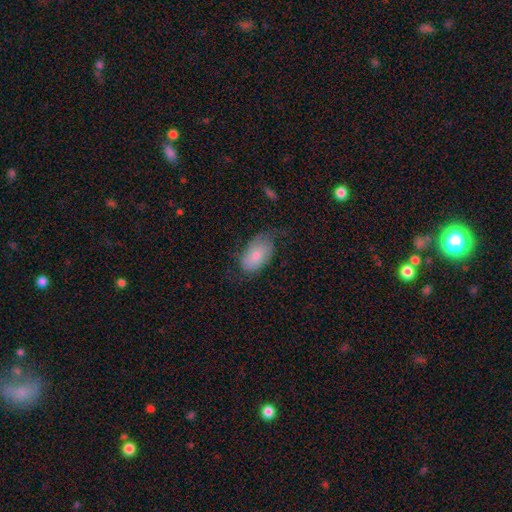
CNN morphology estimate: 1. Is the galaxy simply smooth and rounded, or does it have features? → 60% smooth, 33% featured or disk, 7% star or artifact.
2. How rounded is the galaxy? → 93% in between, 5% round, 2% cigar-shaped.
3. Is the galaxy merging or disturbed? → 46% none, 32% minor disturbance, 21% major disturbance, 2% merger.